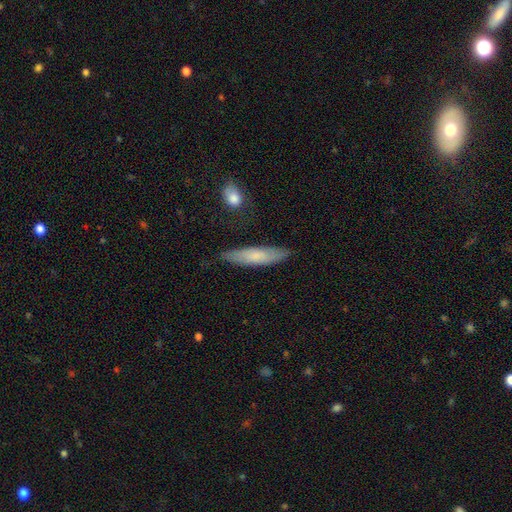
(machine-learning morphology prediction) smooth-or-featured: smooth: 69% | featured or disk: 25% | star or artifact: 6%
  how-rounded: cigar-shaped: 79% | in between: 19% | round: 2%
  merging: none: 81% | minor disturbance: 14% | major disturbance: 3% | merger: 2%